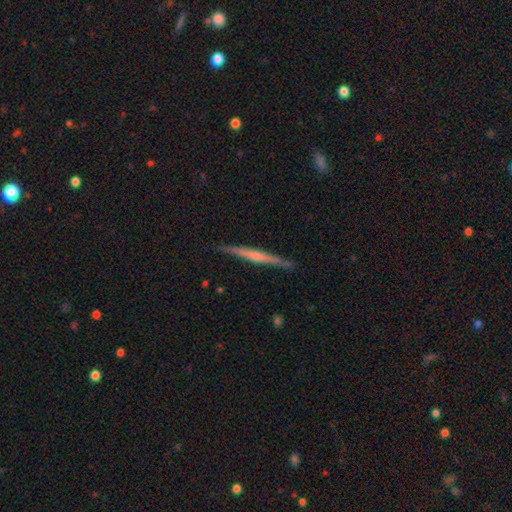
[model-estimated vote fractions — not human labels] featured or disk 66%, smooth 28%, star or artifact 5%. Down the decision tree: edge-on disk — yes (98%); edge-on bulge — rounded (46%); merging — none (88%).